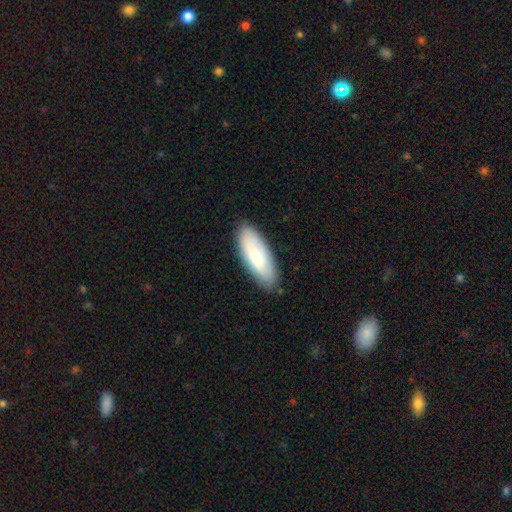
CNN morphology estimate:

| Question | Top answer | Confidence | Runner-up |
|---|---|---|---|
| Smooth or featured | smooth | 71% | featured or disk (24%) |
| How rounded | in between | 74% | cigar-shaped (24%) |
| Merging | none | 86% | minor disturbance (11%) |